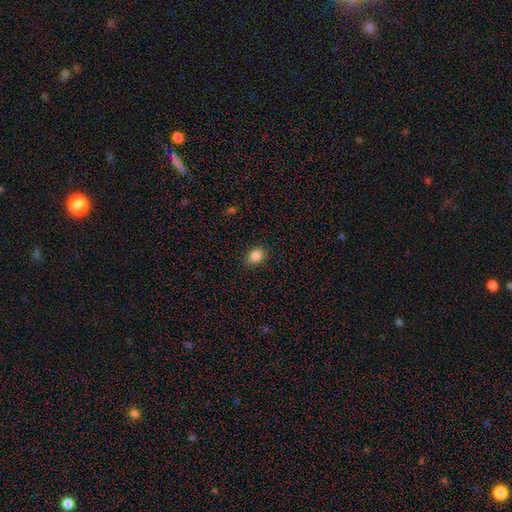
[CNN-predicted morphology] Overall: smooth (85%). How rounded: in between (64%; round 35%). Merging: none (88%).